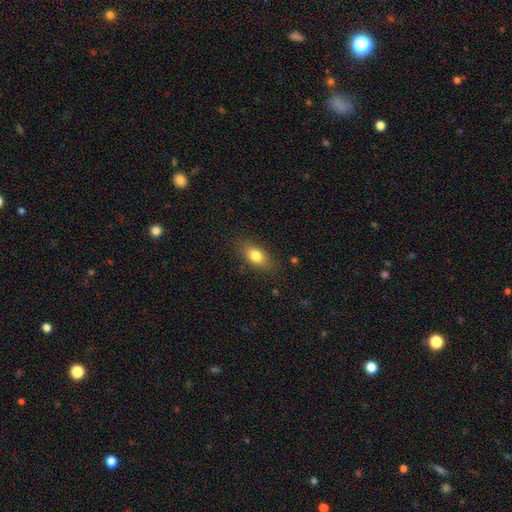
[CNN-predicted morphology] smooth_or_featured: smooth (p=0.79) [alt: featured or disk p=0.12]
how_rounded: in between (p=0.81) [alt: round p=0.10]
merging: none (p=0.82) [alt: minor disturbance p=0.13]